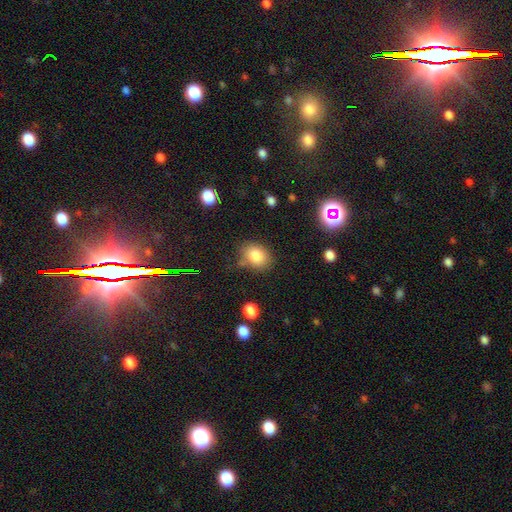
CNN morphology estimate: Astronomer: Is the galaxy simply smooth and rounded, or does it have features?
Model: smooth — 83%.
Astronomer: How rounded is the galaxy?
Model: in between — 55% (runner-up: round, 44%).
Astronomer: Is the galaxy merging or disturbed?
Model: none — 74%.